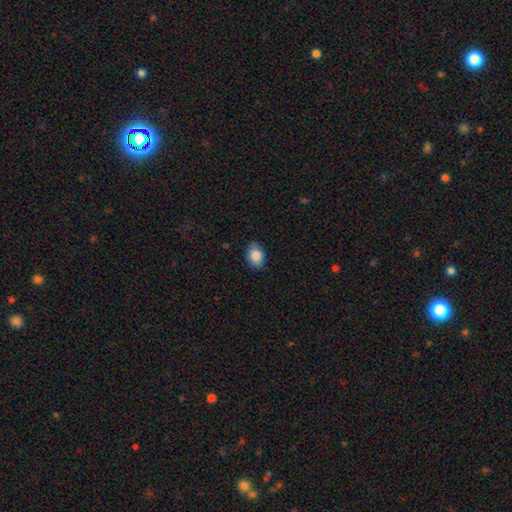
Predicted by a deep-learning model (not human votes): A smooth galaxy with no disk features (86%) that is in between round and cigar-shaped (76%).

Vote fractions:
- Smooth or featured? smooth: 86% / star or artifact: 8% / featured or disk: 6%
- How rounded? in between: 76% / round: 23% / cigar-shaped: 1%
- Merging? none: 86% / minor disturbance: 11% / major disturbance: 2% / merger: 1%